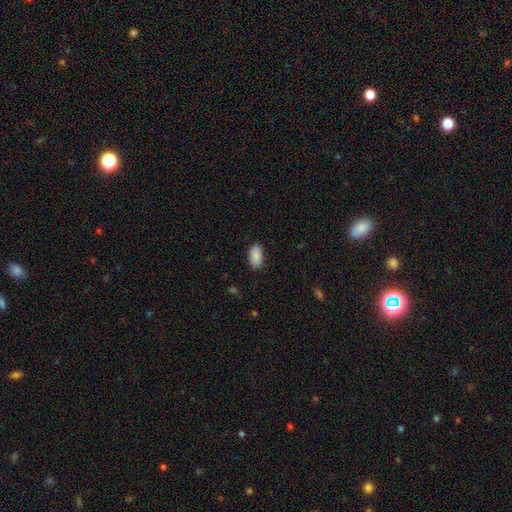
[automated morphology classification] Smooth or featured: smooth — 90% (star or artifact — 7%)
How rounded: in between — 95% (round — 3%)
Merging: none — 87% (minor disturbance — 10%)